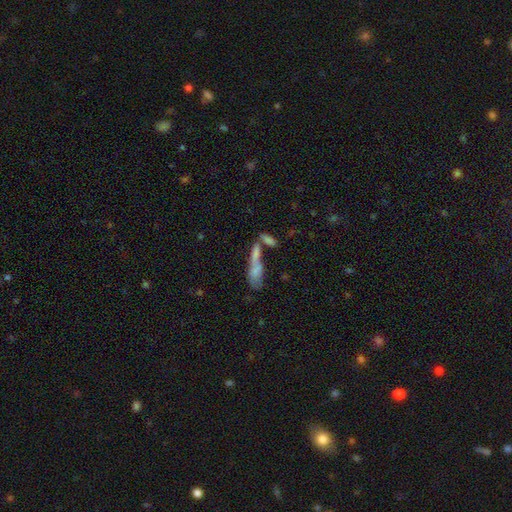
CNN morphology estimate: Overall: smooth (59%; featured or disk 27%). How rounded: cigar-shaped (60%; in between 37%). Merging: merger (49%; none 32%).